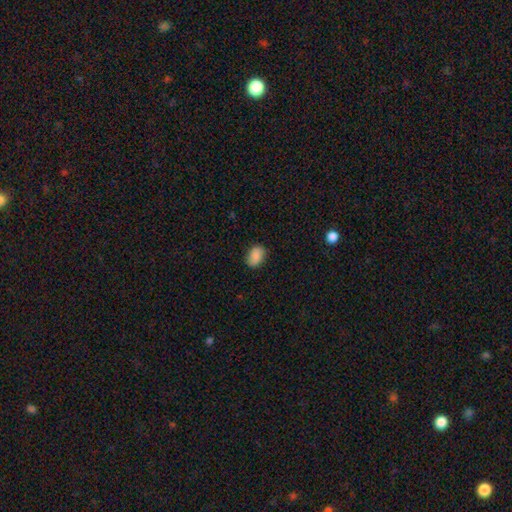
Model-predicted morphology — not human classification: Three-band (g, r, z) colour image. It shows a smooth galaxy with no disk features (88%) that is in between round and cigar-shaped (85%). Merging: none (83%).